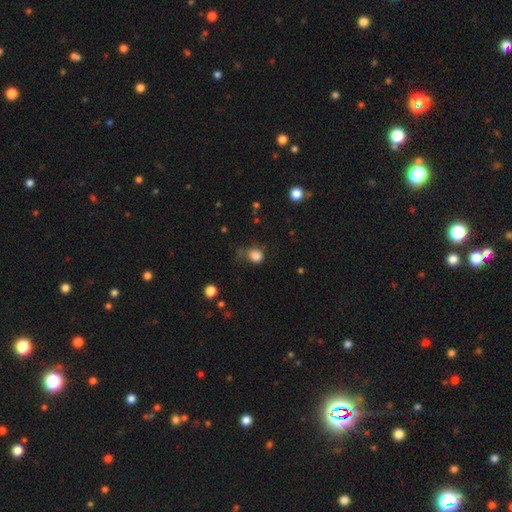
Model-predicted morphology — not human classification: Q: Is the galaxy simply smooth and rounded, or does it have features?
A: smooth — 82%.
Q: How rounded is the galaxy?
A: round — 72%.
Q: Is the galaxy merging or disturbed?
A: none — 50%.